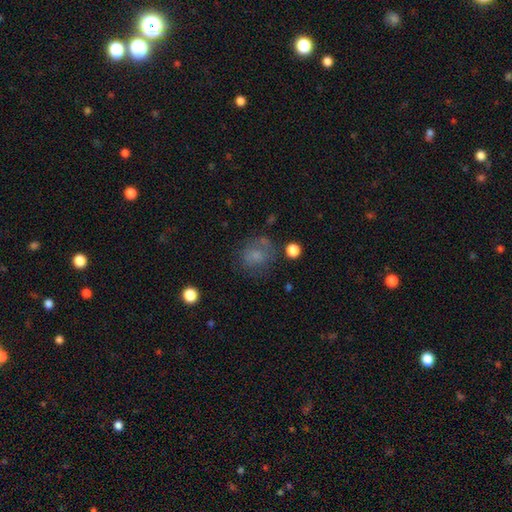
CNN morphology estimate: smooth 62%, featured or disk 23%, star or artifact 16%. Down the decision tree: how rounded — round (68%); merging — none (58%).